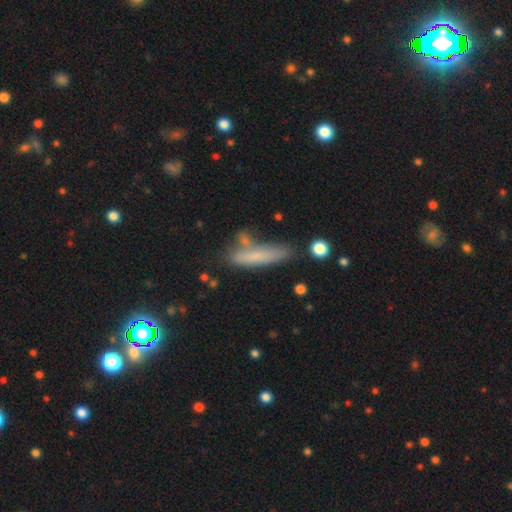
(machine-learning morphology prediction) Overall: smooth (69%). How rounded: cigar-shaped (83%). Merging: none (67%).